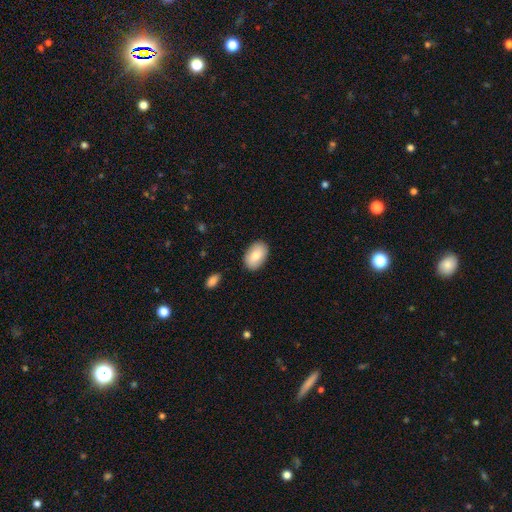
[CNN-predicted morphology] smooth-or-featured: smooth: 81% | featured or disk: 13% | star or artifact: 6%
  how-rounded: in between: 90% | round: 8% | cigar-shaped: 1%
  merging: none: 87% | minor disturbance: 10% | major disturbance: 2% | merger: 1%